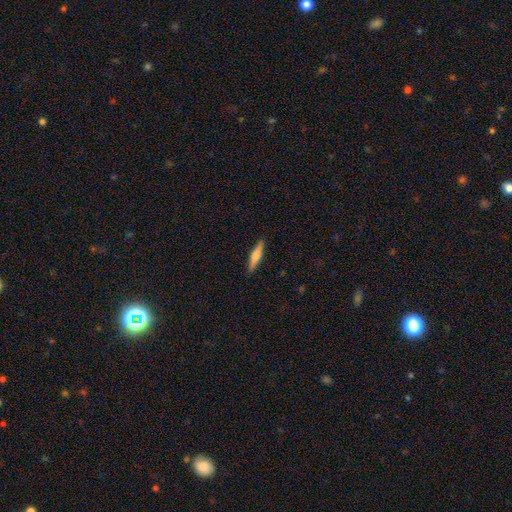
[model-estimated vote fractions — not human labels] smooth 51%, featured or disk 43%, star or artifact 6%. Down the decision tree: how rounded — cigar-shaped (83%); merging — none (90%).